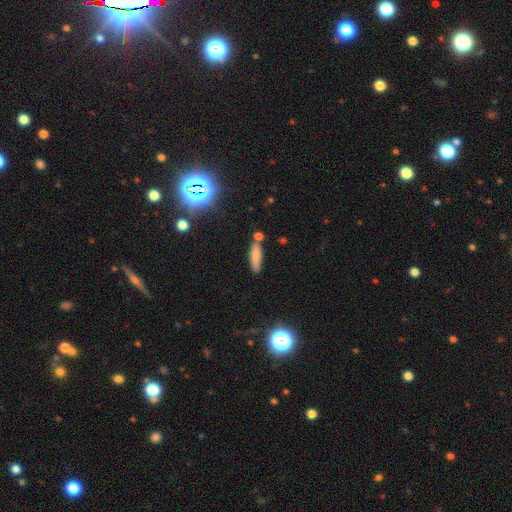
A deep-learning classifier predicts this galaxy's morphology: Smooth or featured? smooth (79%)
How rounded? cigar-shaped (60%)
Merging? none (70%)